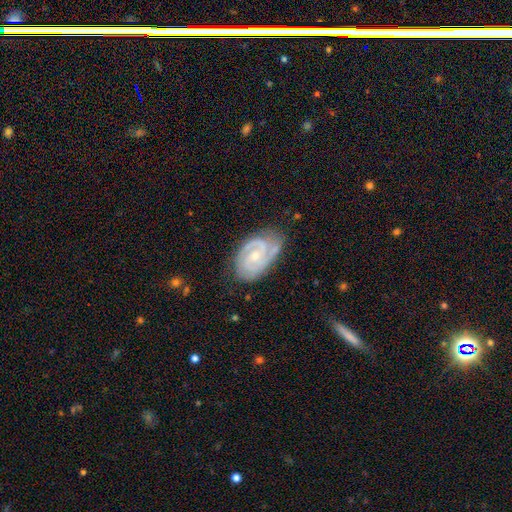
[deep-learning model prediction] A featured or disk galaxy (89%) with no bar (52%), 2 (76%) tight (63%) spiral arms (98%) and a small central bulge (58%).

Vote fractions:
- Smooth or featured? featured or disk: 89% / smooth: 6% / star or artifact: 5%
- Edge-on disk? no: 97% / yes: 3%
- Bar? no: 52% / weak: 37% / strong: 10%
- Spiral arms? yes: 98% / no: 2%
- Spiral winding? tight: 63% / medium: 32% / loose: 5%
- Spiral arm count? 2: 76% / 3: 12% / can't tell: 6% / 1: 3% / 4: 2% / more than 4: 2%
- Bulge size? small: 58% / moderate: 38% / none: 2% / large: 1% / dominant: 1%
- Merging? none: 75% / minor disturbance: 18% / major disturbance: 5% / merger: 2%